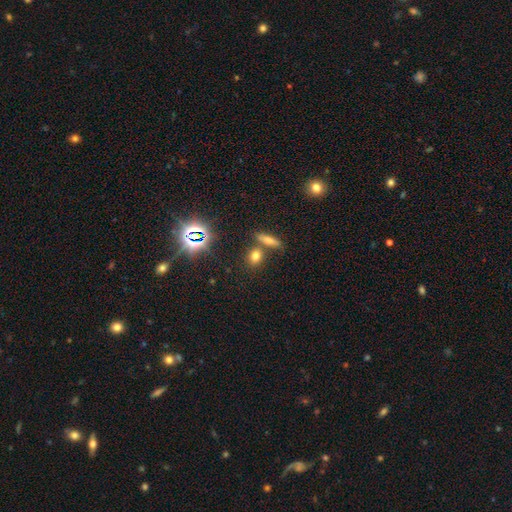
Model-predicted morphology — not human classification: Overall: smooth (69%). How rounded: round (53%; in between 38%). Merging: none (71%).